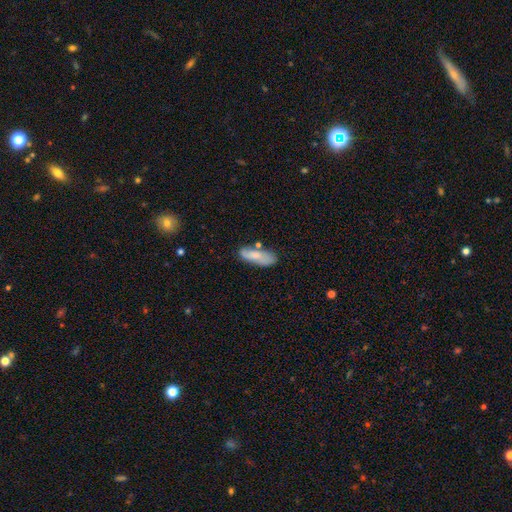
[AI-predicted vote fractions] Smooth or featured: smooth — 73% (featured or disk — 20%)
How rounded: in between — 66% (cigar-shaped — 32%)
Merging: none — 62% (minor disturbance — 23%)